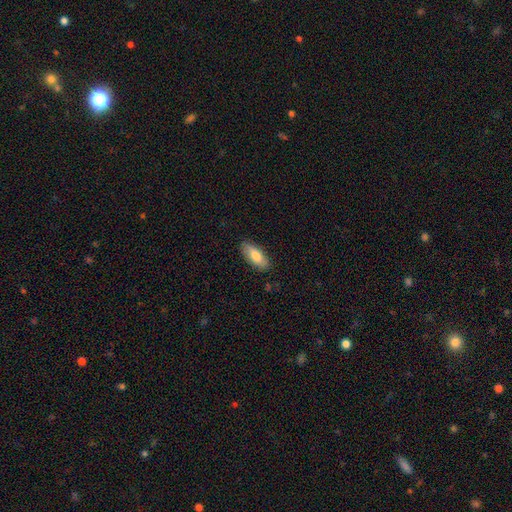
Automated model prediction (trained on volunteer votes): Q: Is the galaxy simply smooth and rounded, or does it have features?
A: smooth — 79%.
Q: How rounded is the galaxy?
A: in between — 78%.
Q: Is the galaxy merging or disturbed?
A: none — 86%.